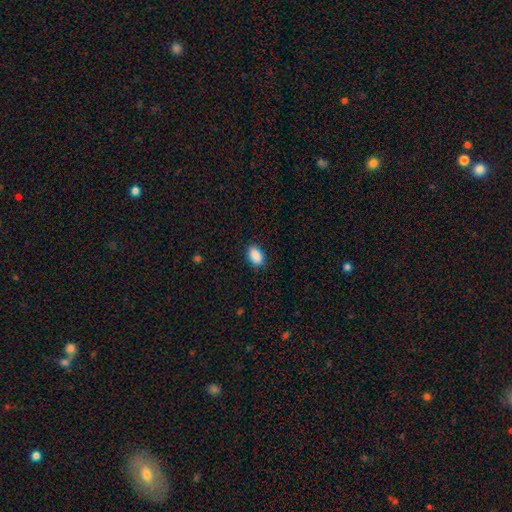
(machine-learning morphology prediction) This appears to be a smooth galaxy with no disk features (90%) that is in between round and cigar-shaped (90%). Merging: none (86%).